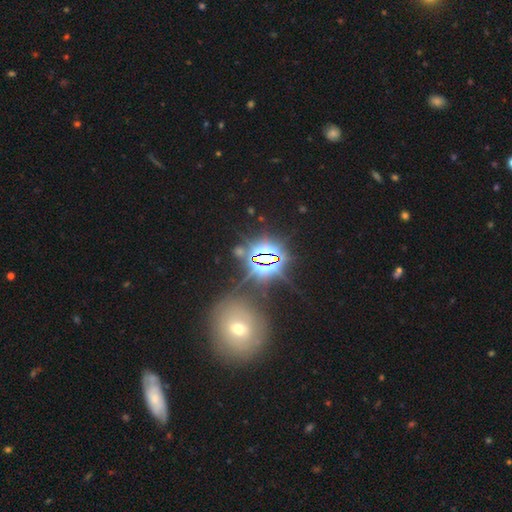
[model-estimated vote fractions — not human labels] smooth-or-featured: star or artifact: 75% | smooth: 14% | featured or disk: 11%